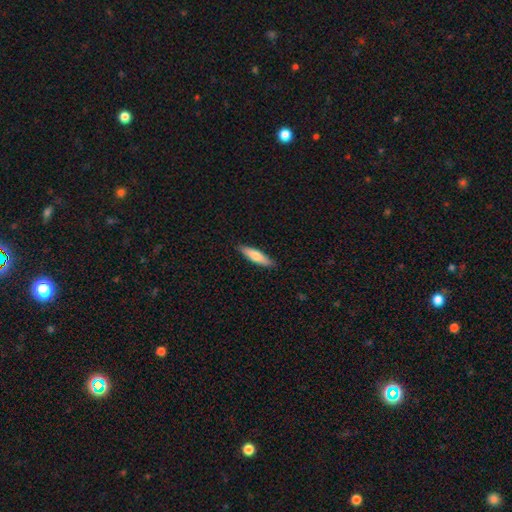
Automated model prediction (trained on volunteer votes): Smooth or featured? Predicted: smooth (p=0.74). How rounded? Predicted: cigar-shaped (p=0.71). Merging? Predicted: none (p=0.88).